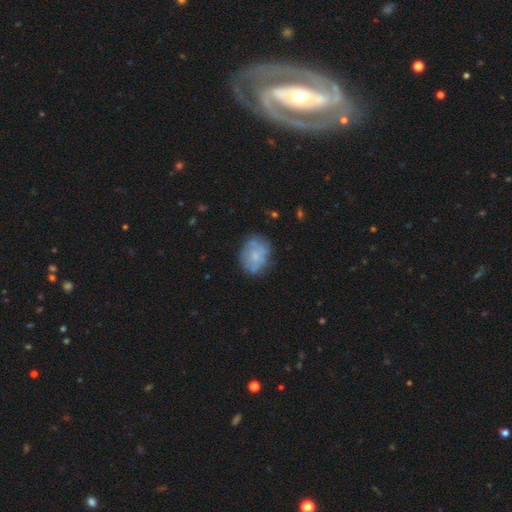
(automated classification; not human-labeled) Smooth or featured?
  - smooth: 47% *
  - featured or disk: 44%
  - star or artifact: 8%
Merging?
  - none: 68% *
  - minor disturbance: 21%
  - major disturbance: 9%
  - merger: 3%